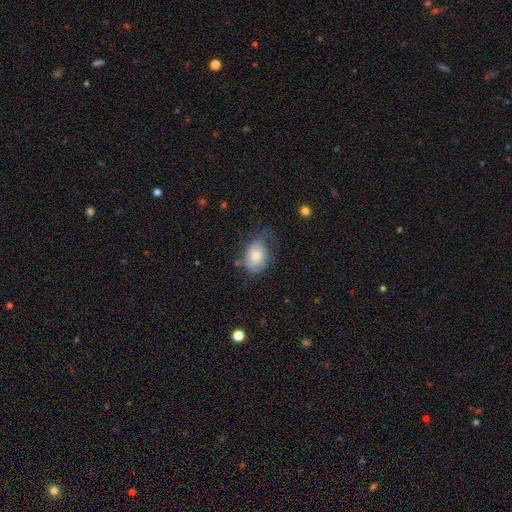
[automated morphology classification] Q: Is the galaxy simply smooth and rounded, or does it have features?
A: smooth — 69%.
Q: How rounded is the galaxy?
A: in between — 73%.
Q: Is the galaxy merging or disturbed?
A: none — 45%.